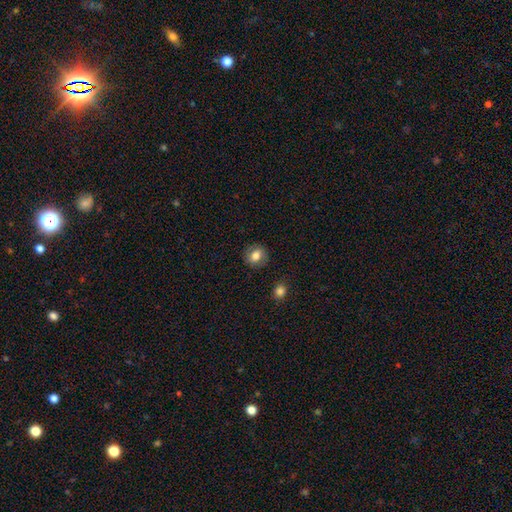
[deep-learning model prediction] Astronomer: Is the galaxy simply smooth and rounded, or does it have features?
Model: smooth — 78%.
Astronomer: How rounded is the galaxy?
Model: round — 74%.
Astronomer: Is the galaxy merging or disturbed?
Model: none — 86%.